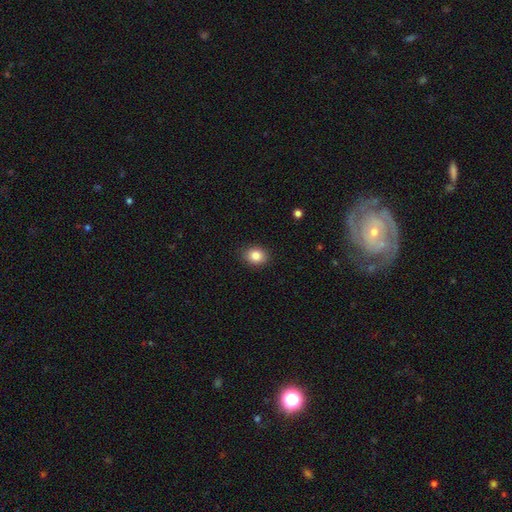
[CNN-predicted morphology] Smooth or featured?
  - smooth: 85% *
  - star or artifact: 9%
  - featured or disk: 6%
How rounded?
  - round: 50% *
  - in between: 49%
  - cigar-shaped: 1%
Merging?
  - none: 89% *
  - minor disturbance: 8%
  - major disturbance: 2%
  - merger: 1%